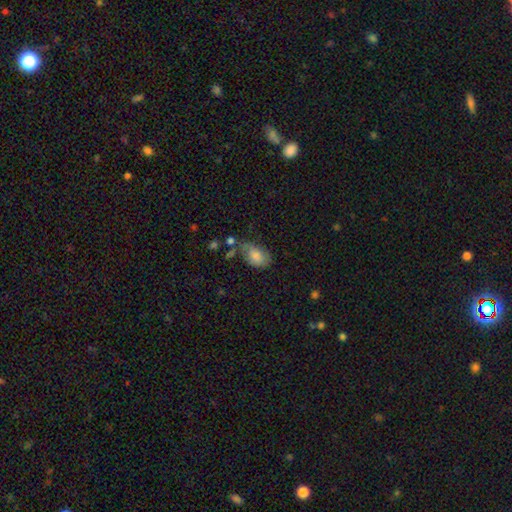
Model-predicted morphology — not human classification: type=smooth (71%); roundness=in between (89%); merging=none (45%).